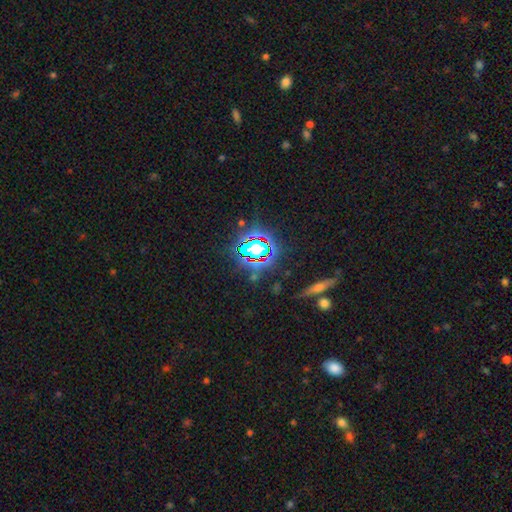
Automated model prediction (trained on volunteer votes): Smooth or featured?
  - star or artifact: 76% *
  - smooth: 13%
  - featured or disk: 11%